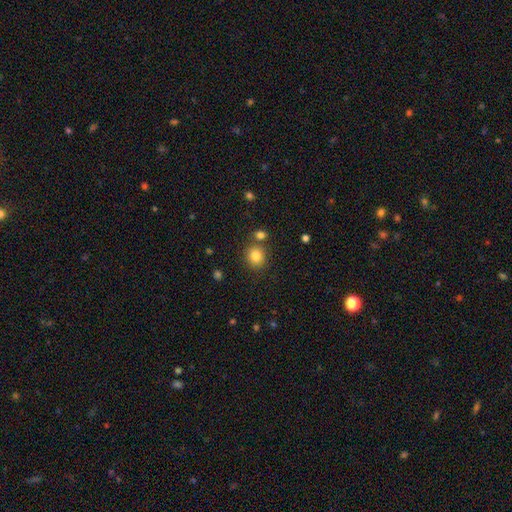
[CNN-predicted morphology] Smooth or featured? smooth (83%)
How rounded? round (78%)
Merging? none (76%)